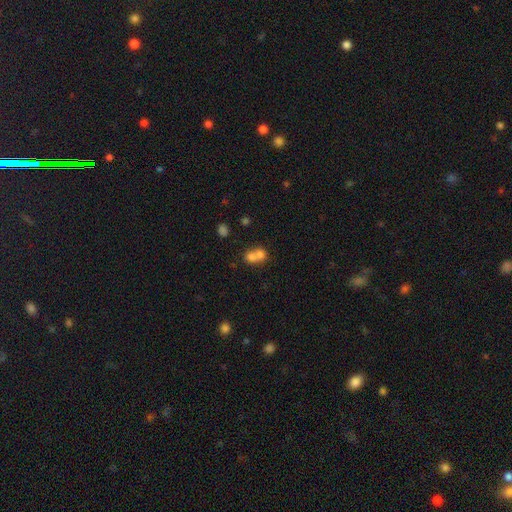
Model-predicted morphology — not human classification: The model was most divided on "how rounded": round: 69%, in between: 29%, cigar-shaped: 1%. More confident: smooth or featured — smooth (72%); merging — merger (70%).